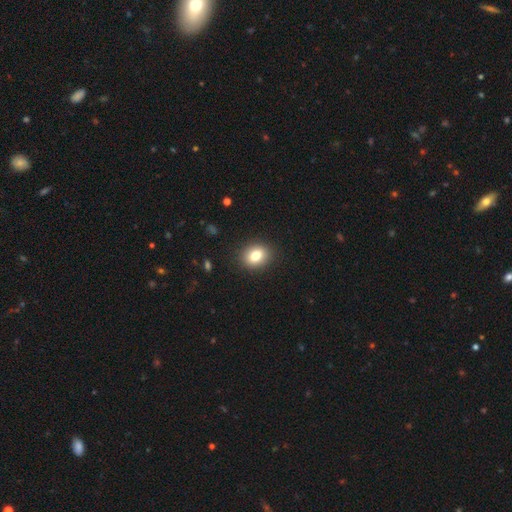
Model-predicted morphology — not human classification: This appears to be a smooth galaxy with no disk features (80%) that is round (54%). Merging: none (89%).